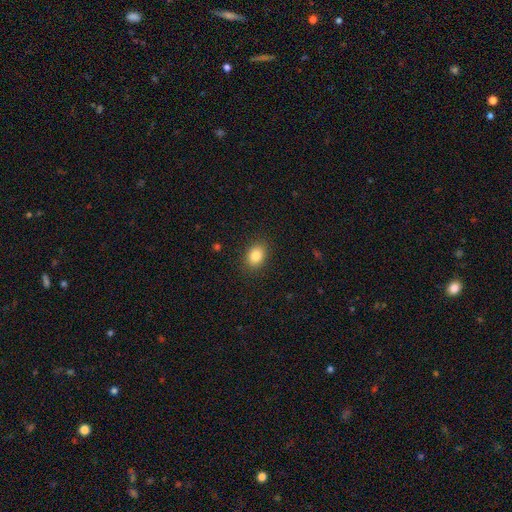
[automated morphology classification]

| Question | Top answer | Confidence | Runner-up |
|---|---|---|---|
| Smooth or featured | smooth | 84% | star or artifact (10%) |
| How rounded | in between | 65% | round (34%) |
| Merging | none | 88% | minor disturbance (8%) |